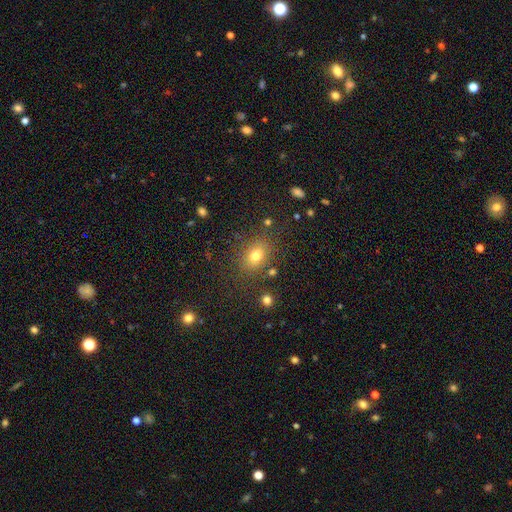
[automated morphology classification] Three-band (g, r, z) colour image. It shows a smooth galaxy with no disk features (76%) that is in between round and cigar-shaped (65%). Merging: none (80%).